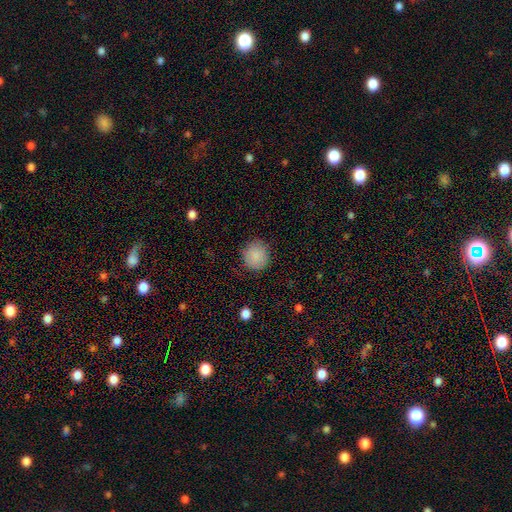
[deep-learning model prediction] Smooth or featured? Predicted: smooth (p=0.88). How rounded? Predicted: round (p=0.88). Merging? Predicted: none (p=0.85).